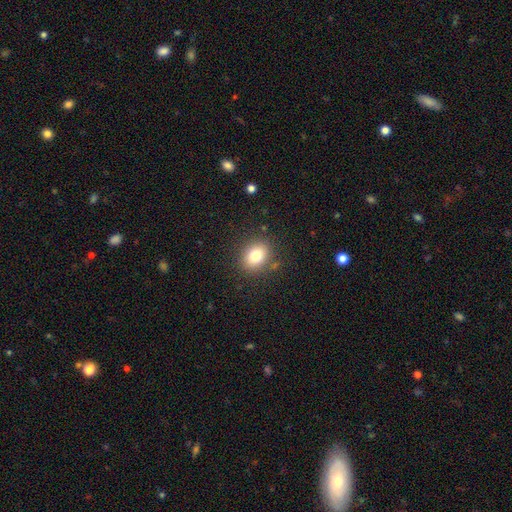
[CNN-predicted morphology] smooth-or-featured: smooth: 80% | star or artifact: 11% | featured or disk: 9%
  how-rounded: in between: 51% | round: 48% | cigar-shaped: 1%
  merging: none: 85% | minor disturbance: 10% | major disturbance: 3% | merger: 2%